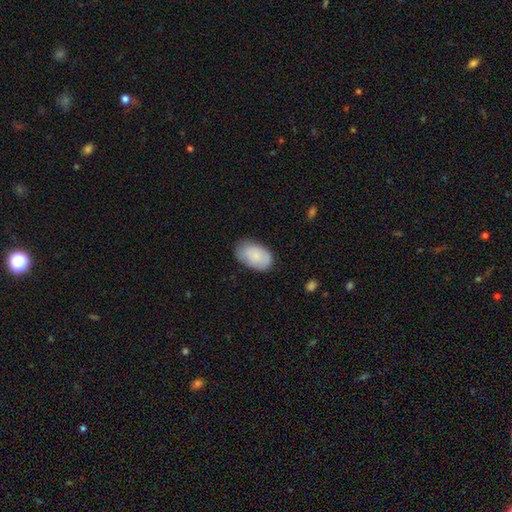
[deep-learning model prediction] Smooth or featured: smooth — 82% (featured or disk — 12%)
How rounded: in between — 92% (round — 7%)
Merging: none — 69% (minor disturbance — 24%)